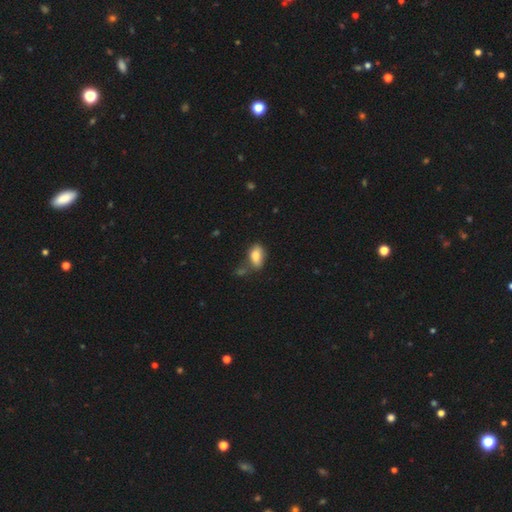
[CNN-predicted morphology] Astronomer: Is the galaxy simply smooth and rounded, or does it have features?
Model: smooth — 75%.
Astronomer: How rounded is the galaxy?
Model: in between — 87%.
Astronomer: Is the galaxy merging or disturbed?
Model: none — 55%.